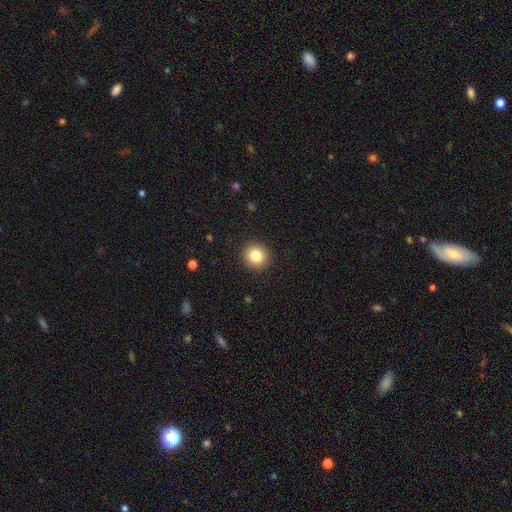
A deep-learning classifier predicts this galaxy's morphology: smooth_or_featured: smooth (p=0.83) [alt: star or artifact p=0.10]
how_rounded: round (p=0.90) [alt: in between p=0.09]
merging: none (p=0.92) [alt: minor disturbance p=0.05]